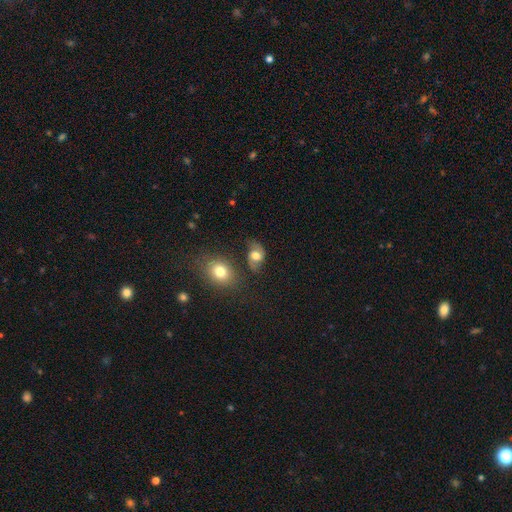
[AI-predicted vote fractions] This appears to be a smooth galaxy with no disk features (46%). Merging: none (60%).